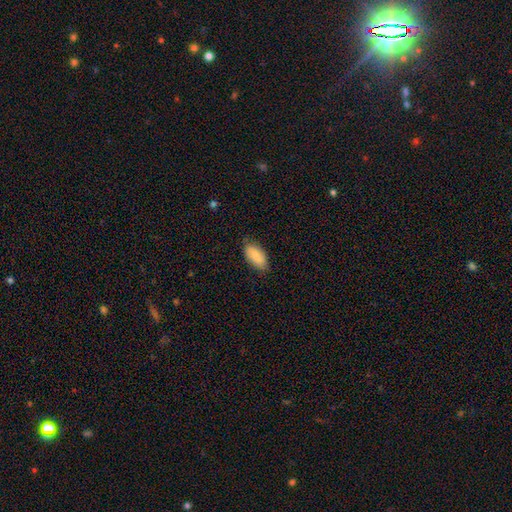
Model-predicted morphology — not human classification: Smooth or featured? smooth (87%)
How rounded? in between (92%)
Merging? none (77%)